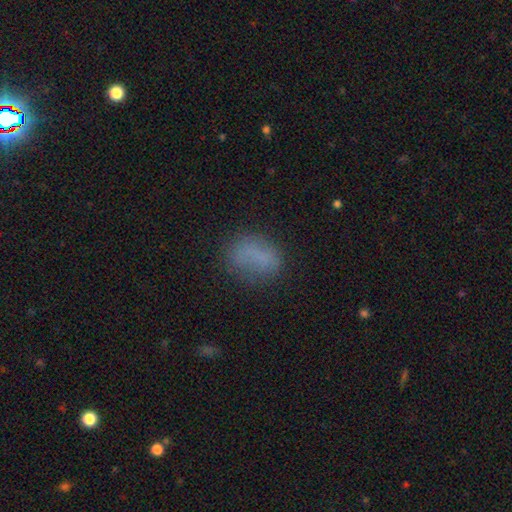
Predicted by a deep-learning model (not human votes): Morphology: type=smooth (72%); roundness=in between (72%); merging=none (68%).